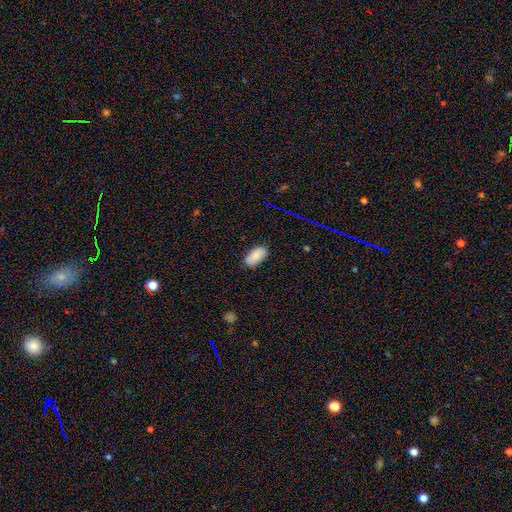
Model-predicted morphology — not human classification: A smooth galaxy with no disk features (84%) that is in between round and cigar-shaped (94%).

Vote fractions:
- Smooth or featured? smooth: 84% / featured or disk: 8% / star or artifact: 8%
- How rounded? in between: 94% / cigar-shaped: 3% / round: 3%
- Merging? none: 82% / minor disturbance: 14% / major disturbance: 2% / merger: 1%